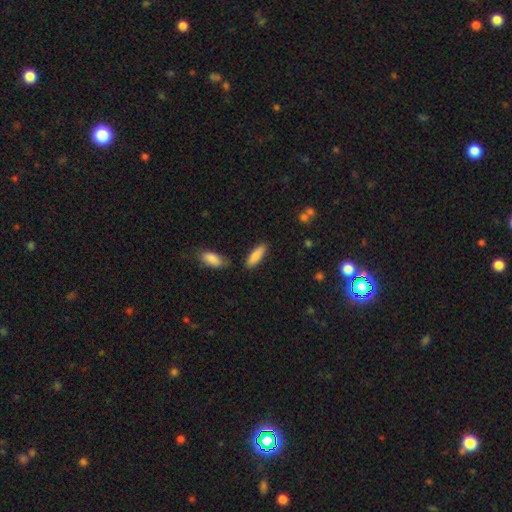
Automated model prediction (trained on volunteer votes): Q: Smooth or featured?
A: smooth (85%); runner-up: featured or disk (9%)
Q: How rounded?
A: cigar-shaped (50%); runner-up: in between (48%)
Q: Merging?
A: none (79%); runner-up: minor disturbance (12%)